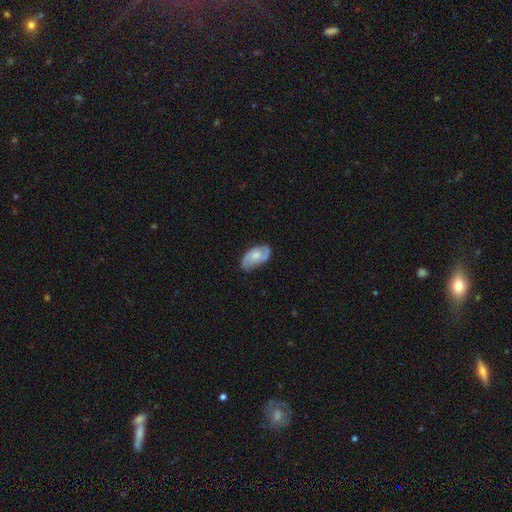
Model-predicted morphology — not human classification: smooth_or_featured: featured or disk (p=0.58) [alt: smooth p=0.35]
disk_edge_on: no (p=0.95) [alt: yes p=0.05]
bar: no (p=0.62) [alt: weak p=0.32]
has_spiral_arms: yes (p=0.87) [alt: no p=0.13]
bulge_size: moderate (p=0.46) [alt: small p=0.32]
merging: none (p=0.72) [alt: minor disturbance p=0.21]